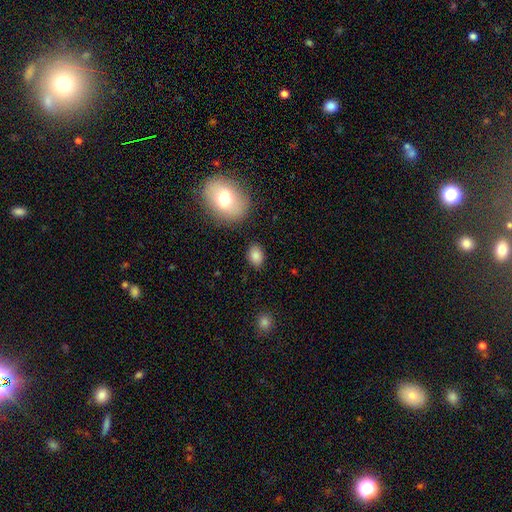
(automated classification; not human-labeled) smooth-or-featured: smooth: 85% | star or artifact: 9% | featured or disk: 6%
  how-rounded: in between: 76% | round: 23% | cigar-shaped: 1%
  merging: none: 85% | minor disturbance: 10% | major disturbance: 3% | merger: 2%